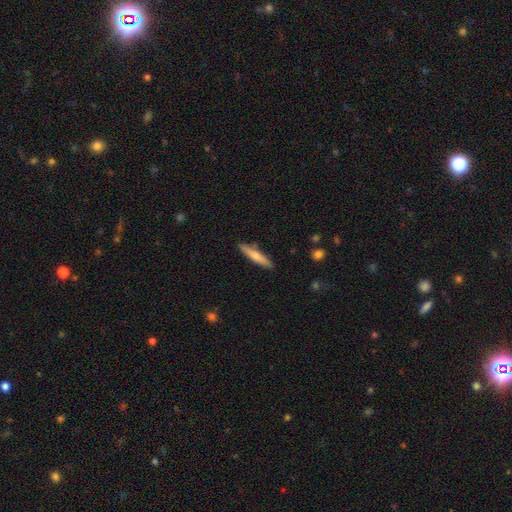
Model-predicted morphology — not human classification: Smooth or featured? smooth (66%)
How rounded? cigar-shaped (88%)
Merging? none (88%)